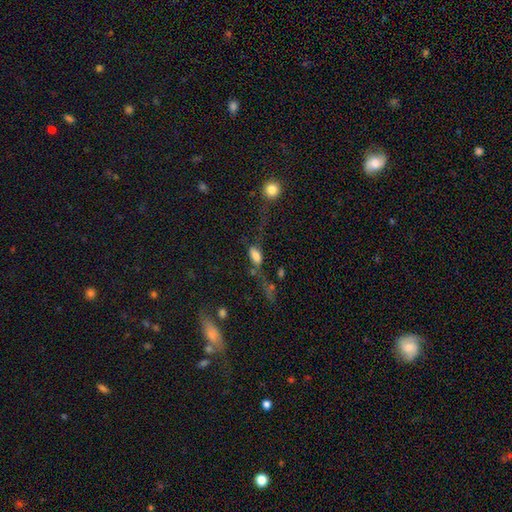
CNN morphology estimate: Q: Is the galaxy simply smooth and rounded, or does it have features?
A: smooth — 65%.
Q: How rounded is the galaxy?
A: in between — 82%.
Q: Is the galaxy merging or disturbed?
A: none — 38%.